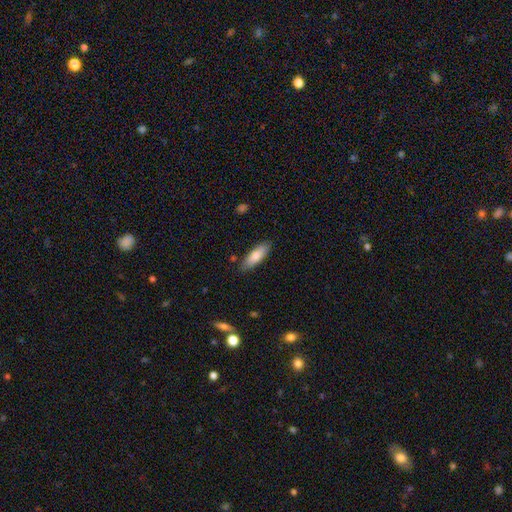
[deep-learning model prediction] smooth-or-featured: smooth: 80% | featured or disk: 14% | star or artifact: 6%
  how-rounded: in between: 57% | cigar-shaped: 41% | round: 2%
  merging: none: 85% | minor disturbance: 11% | major disturbance: 2% | merger: 2%